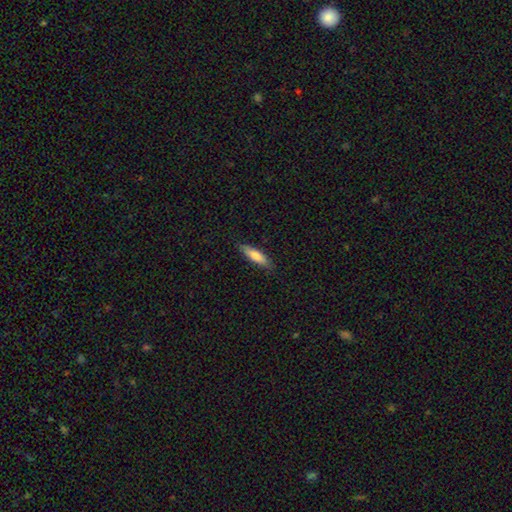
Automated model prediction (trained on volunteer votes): smooth-or-featured: smooth: 78% | featured or disk: 16% | star or artifact: 6%
  how-rounded: cigar-shaped: 63% | in between: 35% | round: 2%
  merging: none: 85% | minor disturbance: 12% | major disturbance: 2% | merger: 1%